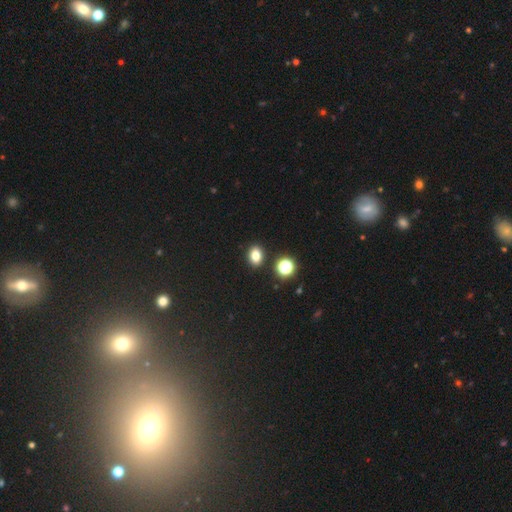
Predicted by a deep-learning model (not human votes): Q: Smooth or featured?
A: smooth (79%); runner-up: star or artifact (14%)
Q: How rounded?
A: in between (65%); runner-up: round (34%)
Q: Merging?
A: none (85%); runner-up: minor disturbance (8%)